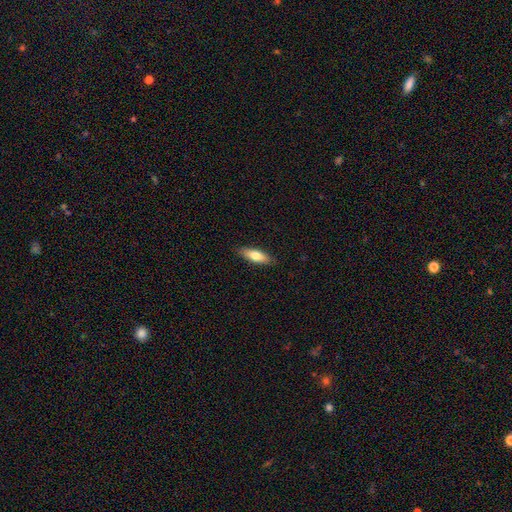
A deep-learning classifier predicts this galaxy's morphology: Smooth or featured?
  - smooth: 73% *
  - featured or disk: 22%
  - star or artifact: 6%
How rounded?
  - in between: 57% *
  - cigar-shaped: 40%
  - round: 2%
Merging?
  - none: 88% *
  - minor disturbance: 9%
  - major disturbance: 2%
  - merger: 1%